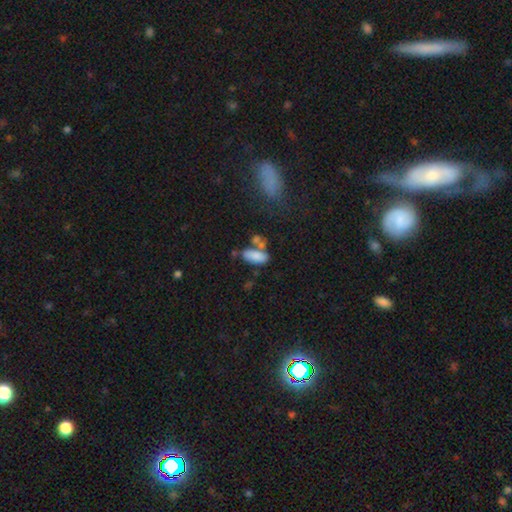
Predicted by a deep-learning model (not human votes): smooth 81%, featured or disk 11%, star or artifact 8%. Down the decision tree: how rounded — in between (88%); merging — none (50%).